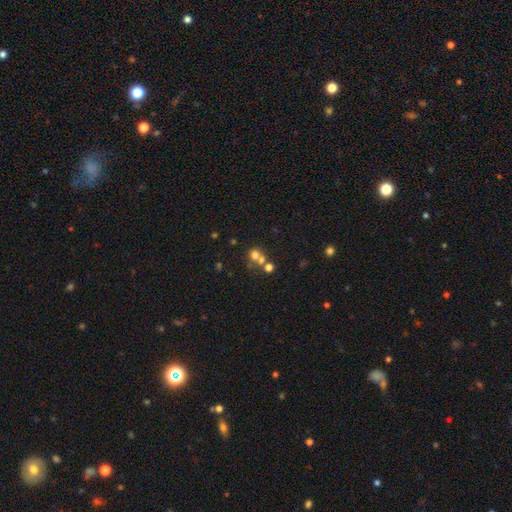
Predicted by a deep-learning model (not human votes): A smooth galaxy with no disk features (65%) that is round (84%).

Vote fractions:
- Smooth or featured? smooth: 65% / star or artifact: 20% / featured or disk: 15%
- How rounded? round: 84% / in between: 15% / cigar-shaped: 1%
- Merging? merger: 45% / none: 44% / minor disturbance: 7% / major disturbance: 4%